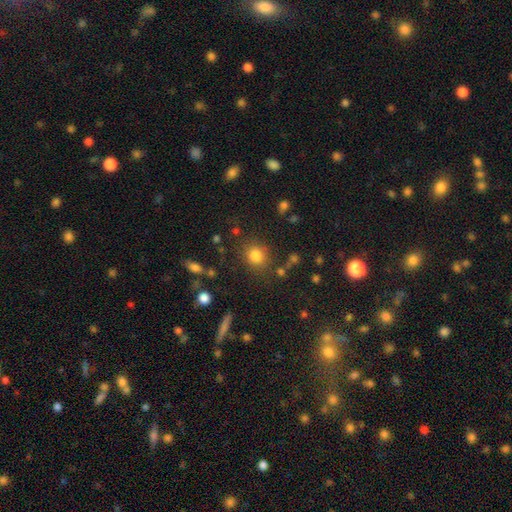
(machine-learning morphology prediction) This appears to be a smooth galaxy with no disk features (80%) that is round (83%). Merging: none (82%).